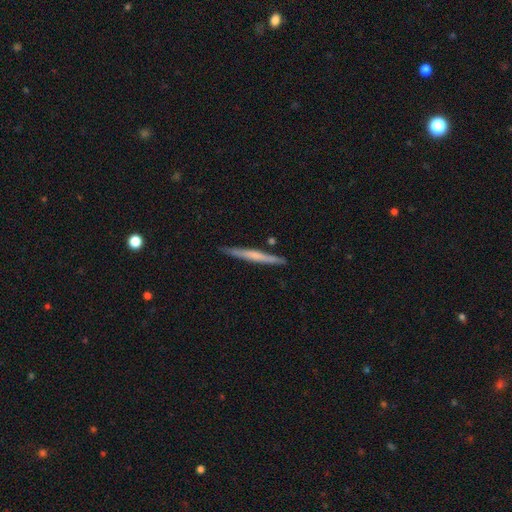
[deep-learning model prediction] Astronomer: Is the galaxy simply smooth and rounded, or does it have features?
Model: featured or disk — 50% (runner-up: smooth, 44%).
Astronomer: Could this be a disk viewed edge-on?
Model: yes — 97%.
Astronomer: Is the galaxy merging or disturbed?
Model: none — 88%.